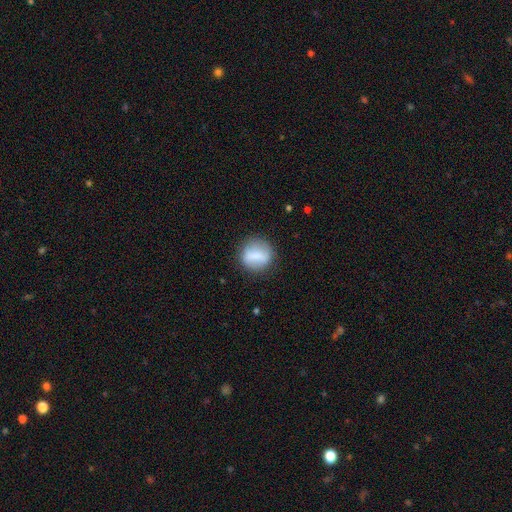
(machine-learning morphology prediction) A smooth galaxy with no disk features (67%) that is round (79%).

Vote fractions:
- Smooth or featured? smooth: 67% / featured or disk: 25% / star or artifact: 8%
- How rounded? round: 79% / in between: 19% / cigar-shaped: 2%
- Merging? none: 79% / minor disturbance: 13% / major disturbance: 5% / merger: 2%